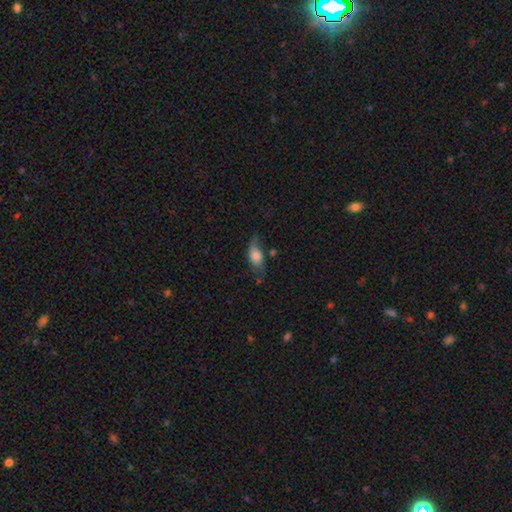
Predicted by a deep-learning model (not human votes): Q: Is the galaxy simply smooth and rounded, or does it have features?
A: smooth — 59%.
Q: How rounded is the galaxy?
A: in between — 82%.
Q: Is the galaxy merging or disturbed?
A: none — 50%.